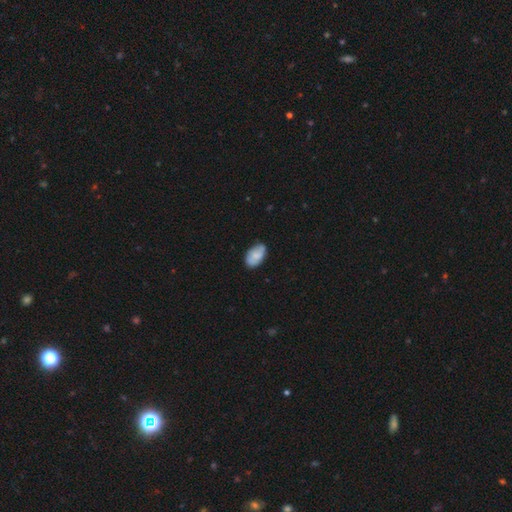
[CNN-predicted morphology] smooth 71%, featured or disk 22%, star or artifact 7%. Down the decision tree: how rounded — in between (93%); merging — none (70%).